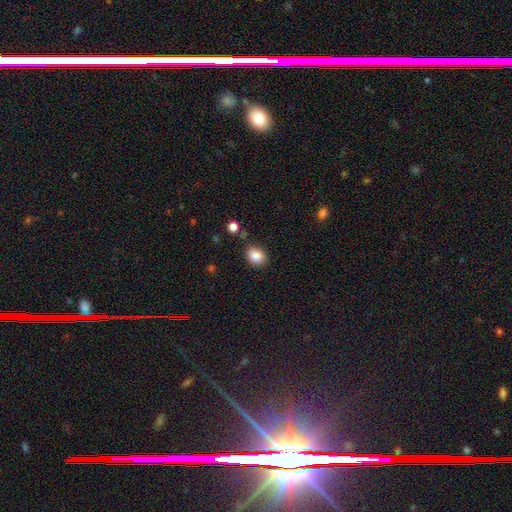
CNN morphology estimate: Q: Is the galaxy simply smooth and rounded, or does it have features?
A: smooth — 86%.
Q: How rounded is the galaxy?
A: round — 50%.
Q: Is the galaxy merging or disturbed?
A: none — 81%.